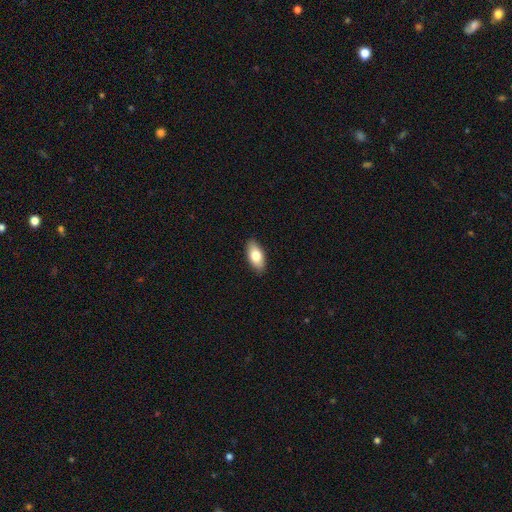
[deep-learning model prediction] A smooth galaxy with no disk features (78%) that is in between round and cigar-shaped (90%).

Vote fractions:
- Smooth or featured? smooth: 78% / featured or disk: 16% / star or artifact: 6%
- How rounded? in between: 90% / cigar-shaped: 7% / round: 3%
- Merging? none: 89% / minor disturbance: 8% / major disturbance: 2% / merger: 1%